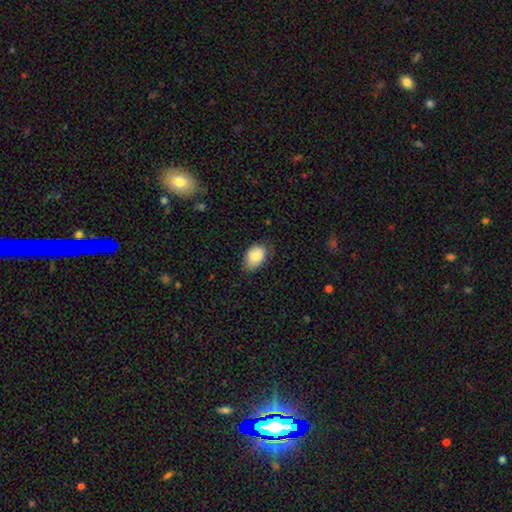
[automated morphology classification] This is clearly a smooth galaxy (87%). How rounded: clearly in between (83%). Merging: likely none (65%).